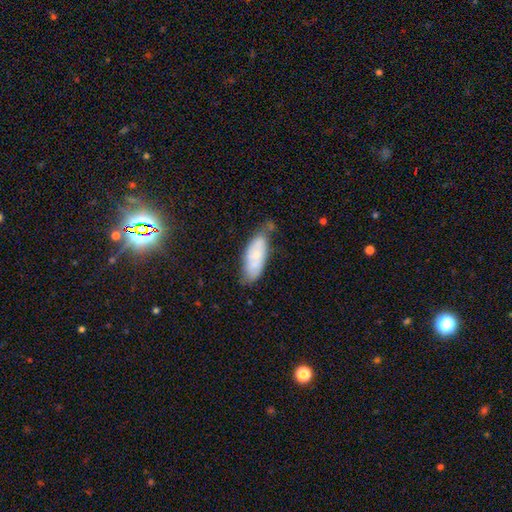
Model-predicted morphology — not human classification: smooth 63%, featured or disk 30%, star or artifact 7%. Down the decision tree: how rounded — in between (76%); merging — none (55%).